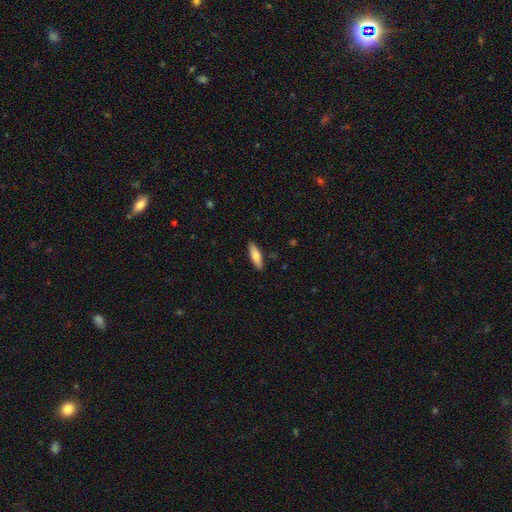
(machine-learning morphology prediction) A smooth galaxy with no disk features (75%) that is cigar-shaped (50%). Merging: none (88%).